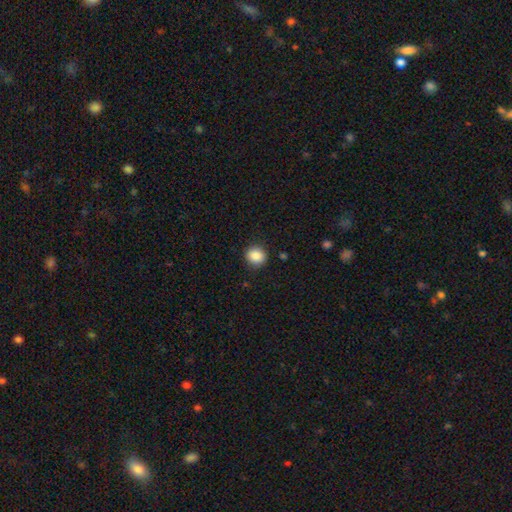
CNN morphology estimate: Overall: smooth (87%). How rounded: round (84%). Merging: none (88%).